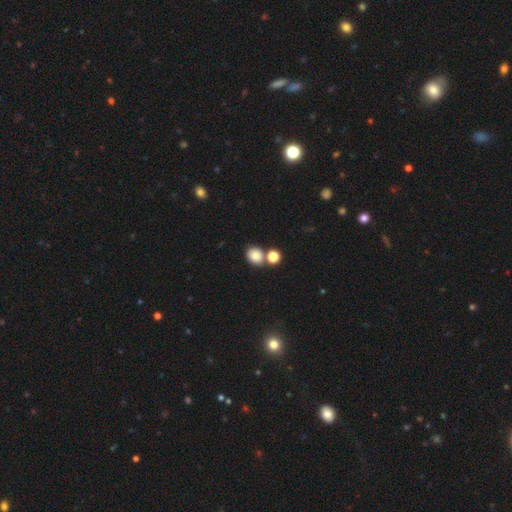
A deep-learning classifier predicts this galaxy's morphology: smooth_or_featured: smooth (p=0.81) [alt: star or artifact p=0.12]
how_rounded: round (p=0.61) [alt: in between p=0.38]
merging: none (p=0.60) [alt: merger p=0.27]